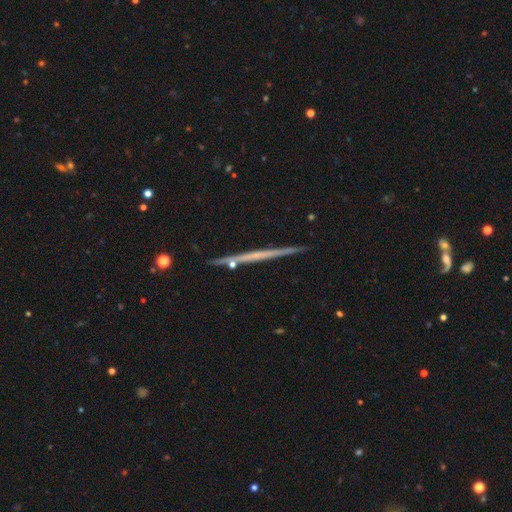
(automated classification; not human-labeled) A featured or disk galaxy (64%) viewed edge-on (98%) with no central bulge (91%). Merging: none (88%).